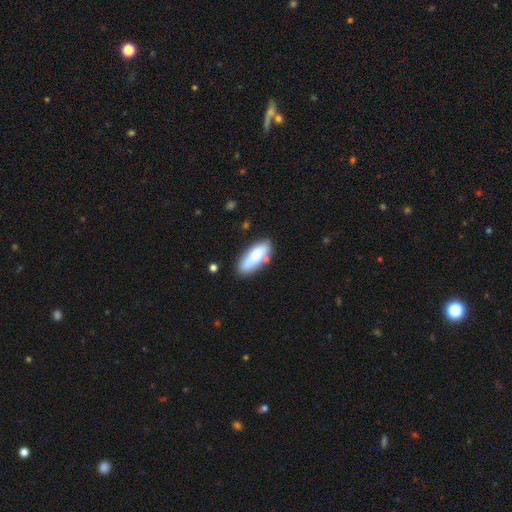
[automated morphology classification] A smooth galaxy with no disk features (77%) that is in between round and cigar-shaped (72%).

Vote fractions:
- Smooth or featured? smooth: 77% / featured or disk: 17% / star or artifact: 6%
- How rounded? in between: 72% / cigar-shaped: 26% / round: 2%
- Merging? none: 71% / minor disturbance: 17% / merger: 8% / major disturbance: 4%